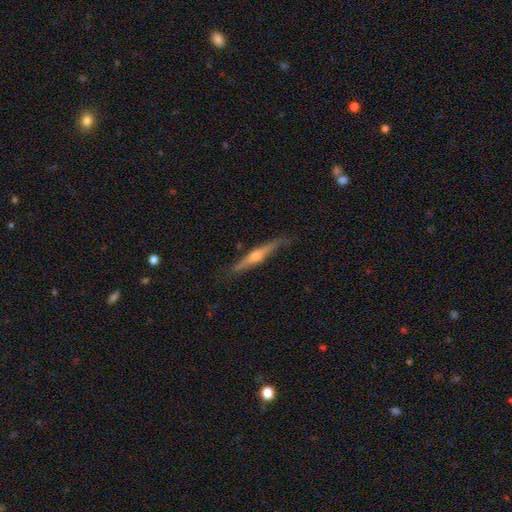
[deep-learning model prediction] Overall: featured or disk (71%). Edge-on disk: yes (97%). Edge-on bulge: rounded (90%). Merging: none (81%).